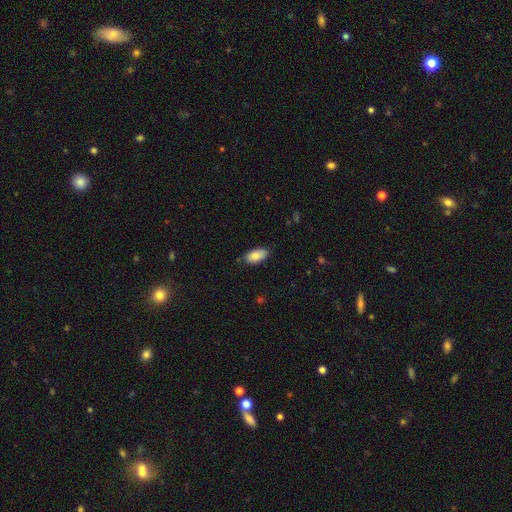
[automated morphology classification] Q: Smooth or featured?
A: smooth (84%); runner-up: featured or disk (9%)
Q: How rounded?
A: in between (94%); runner-up: cigar-shaped (4%)
Q: Merging?
A: none (80%); runner-up: minor disturbance (16%)